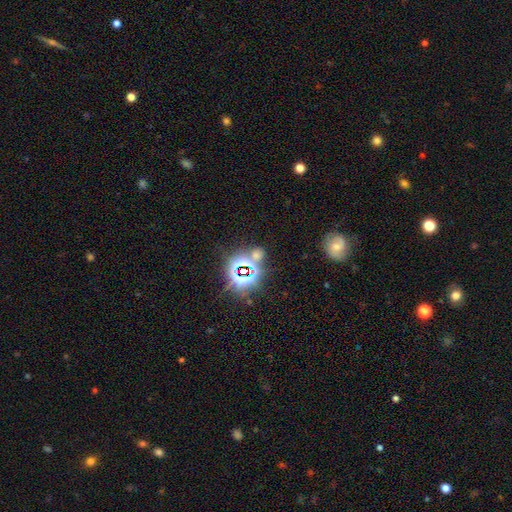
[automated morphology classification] Smooth or featured? star or artifact (65%)